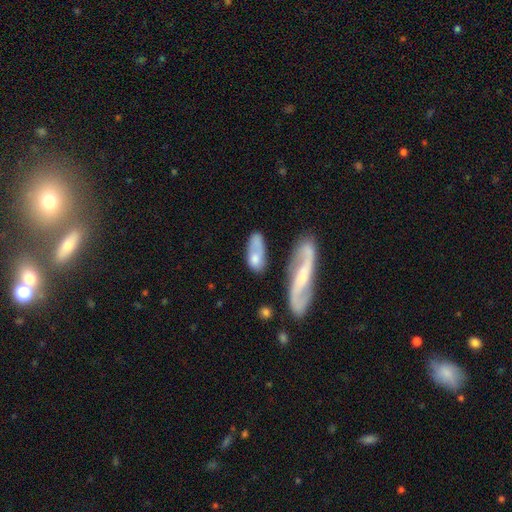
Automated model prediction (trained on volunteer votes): A smooth galaxy with no disk features (52%) that is in between round and cigar-shaped (79%). Merging: none (42%).